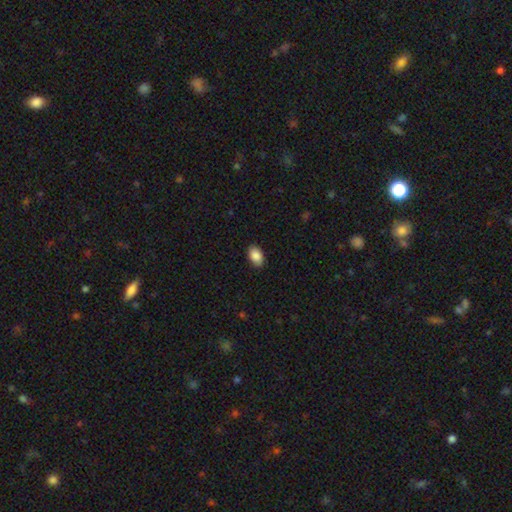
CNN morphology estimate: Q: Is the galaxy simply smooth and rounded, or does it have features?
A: smooth — 88%.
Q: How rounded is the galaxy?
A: in between — 89%.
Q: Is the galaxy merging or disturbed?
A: none — 89%.